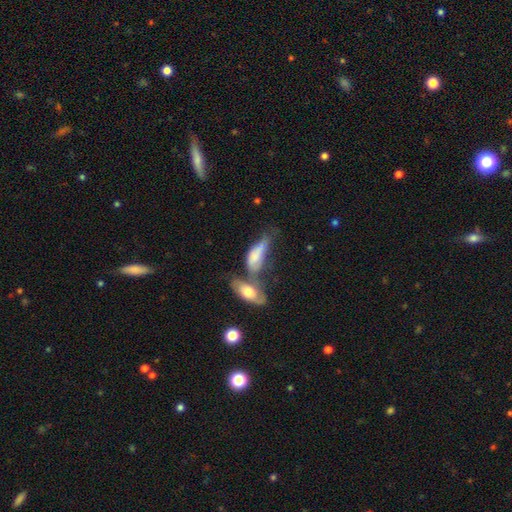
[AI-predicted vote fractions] smooth-or-featured: smooth: 61% | featured or disk: 32% | star or artifact: 7%
  how-rounded: in between: 74% | cigar-shaped: 22% | round: 3%
  merging: merger: 52% | major disturbance: 17% | none: 16% | minor disturbance: 15%